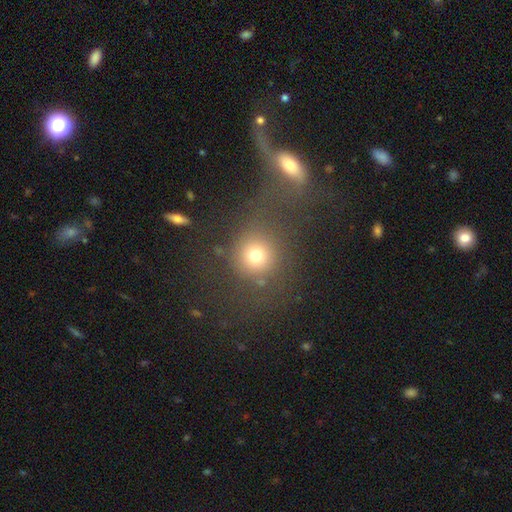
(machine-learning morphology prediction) Smooth or featured?
  - smooth: 73% *
  - star or artifact: 18%
  - featured or disk: 9%
How rounded?
  - round: 89% *
  - in between: 10%
  - cigar-shaped: 1%
Merging?
  - none: 64% *
  - merger: 14%
  - minor disturbance: 11%
  - major disturbance: 11%